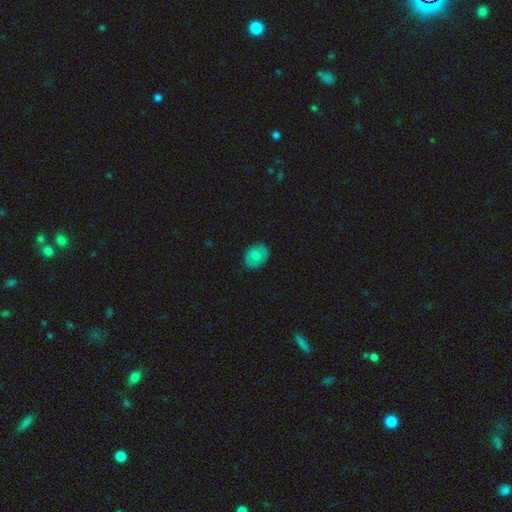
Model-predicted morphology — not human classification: A smooth galaxy with no disk features (62%) that is round (50%). Merging: none (84%).